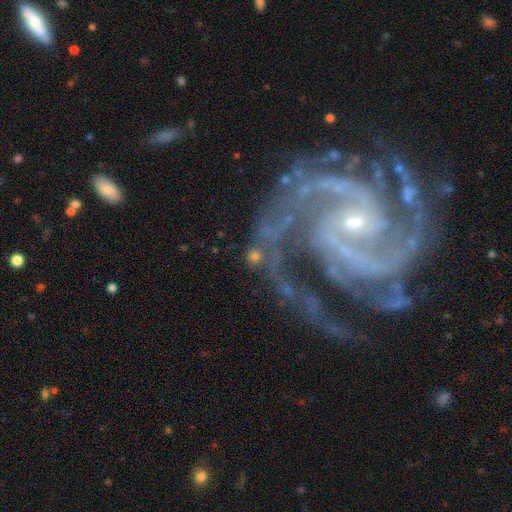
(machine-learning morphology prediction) featured or disk 57%, smooth 24%, star or artifact 19%. Down the decision tree: edge-on disk — no (90%); bar — weak (35%, tied with no); spiral arms — yes (81%); bulge size — small (45%); merging — none (60%).